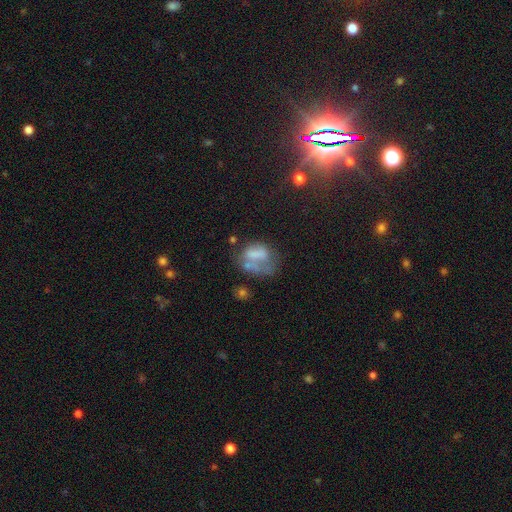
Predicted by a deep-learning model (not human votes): Q: Smooth or featured?
A: smooth (53%); runner-up: featured or disk (34%)
Q: How rounded?
A: in between (66%); runner-up: round (31%)
Q: Merging?
A: major disturbance (34%); runner-up: none (28%)